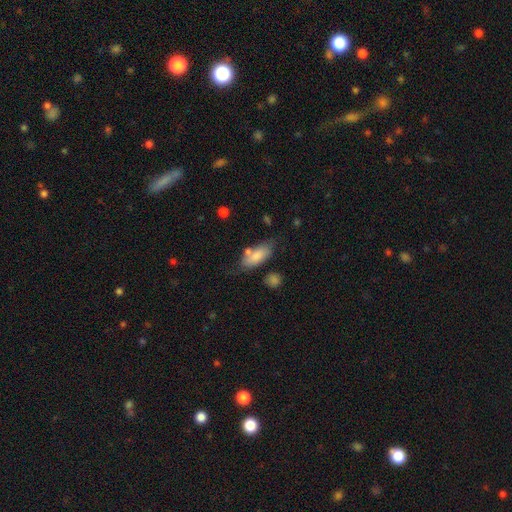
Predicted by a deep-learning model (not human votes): Smooth or featured: smooth — 80% (featured or disk — 14%)
How rounded: in between — 81% (cigar-shaped — 17%)
Merging: none — 57% (minor disturbance — 24%)